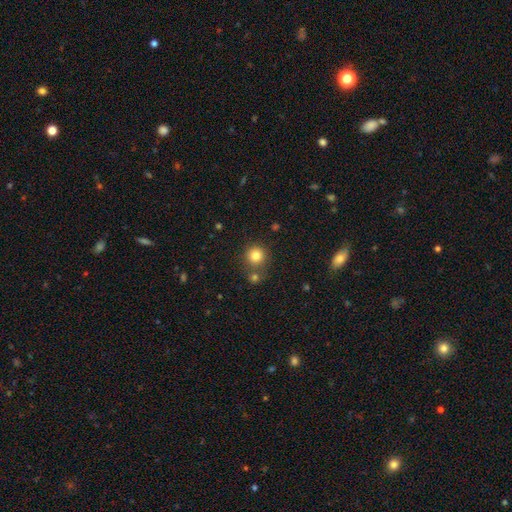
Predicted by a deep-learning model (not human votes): This is clearly a smooth galaxy (81%). How rounded: clearly round (93%). Merging: likely none (70%).